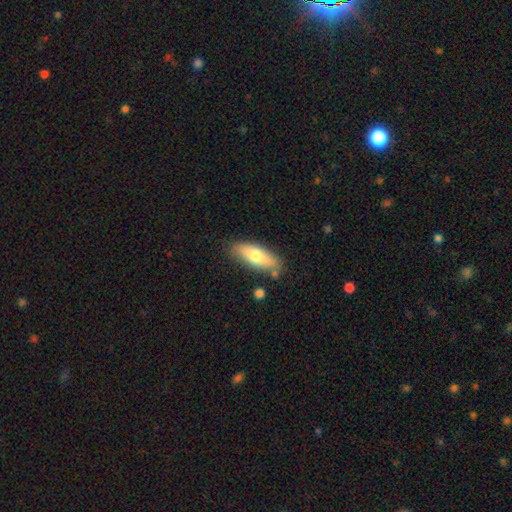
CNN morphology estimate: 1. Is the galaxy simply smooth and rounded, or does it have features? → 69% smooth, 26% featured or disk, 6% star or artifact.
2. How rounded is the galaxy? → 67% in between, 30% cigar-shaped, 3% round.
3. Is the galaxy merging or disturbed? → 77% none, 15% minor disturbance, 5% merger, 3% major disturbance.